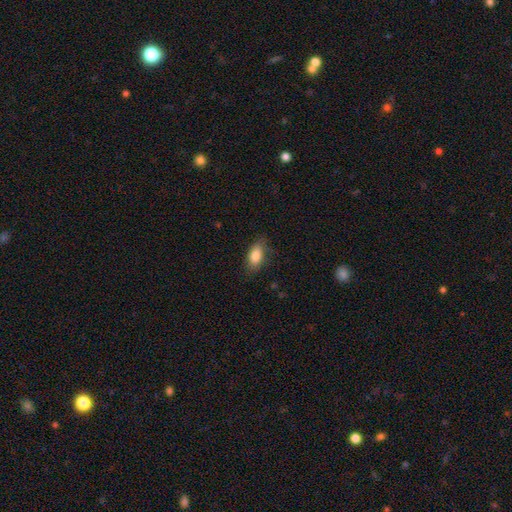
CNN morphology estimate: The model was most divided on "merging": none: 75%, minor disturbance: 19%, major disturbance: 5%, merger: 1%. More confident: how rounded — in between (88%); smooth or featured — smooth (83%).